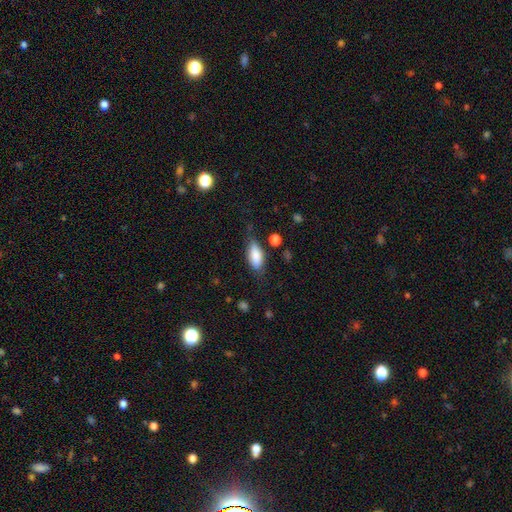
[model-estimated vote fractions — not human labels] This appears to be a smooth galaxy with no disk features (80%) that is in between round and cigar-shaped (81%). Merging: none (65%).